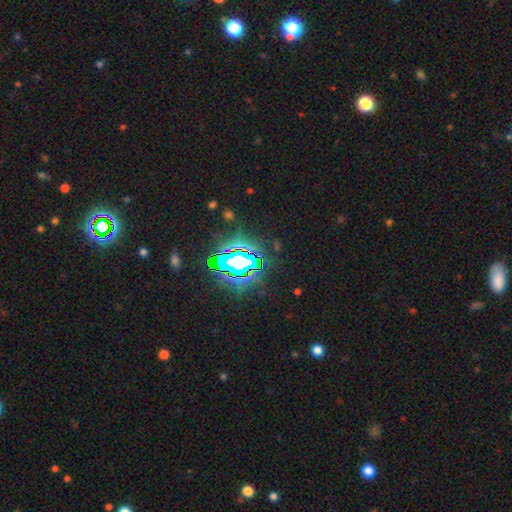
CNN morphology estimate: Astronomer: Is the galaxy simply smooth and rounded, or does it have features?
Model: star or artifact — 82%.